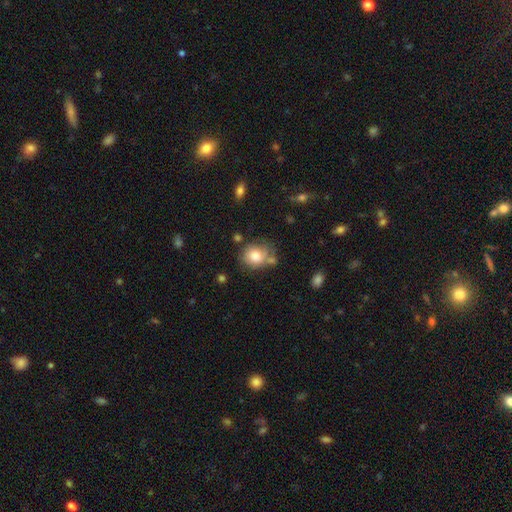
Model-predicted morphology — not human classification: smooth 78%, featured or disk 13%, star or artifact 9%. Down the decision tree: how rounded — round (70%); merging — none (57%).